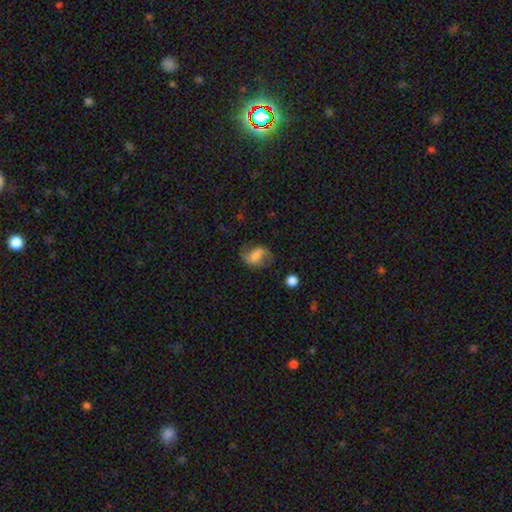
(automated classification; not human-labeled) A featured or disk galaxy (53%) with a weak bar (42%), spiral arms (87%) and a small central bulge (30%). Merging: none (65%).